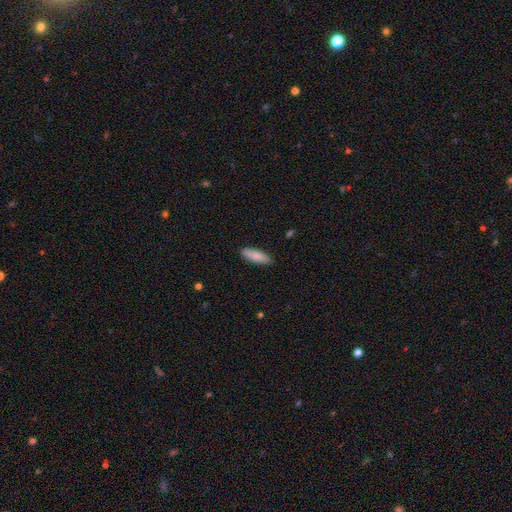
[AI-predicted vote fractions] Overall: smooth (88%). How rounded: in between (59%; cigar-shaped 39%). Merging: none (88%).